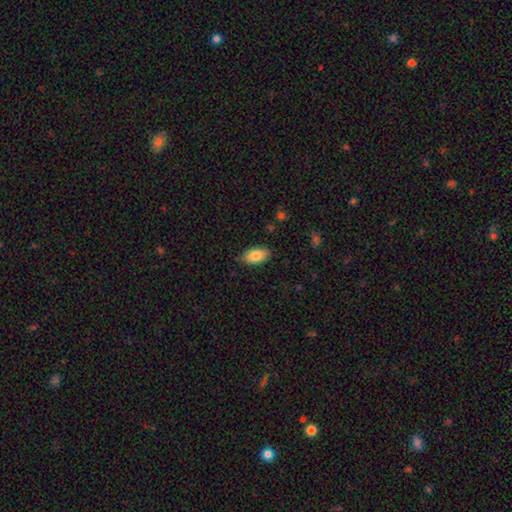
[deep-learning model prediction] Smooth or featured?
  - smooth: 82% *
  - featured or disk: 11%
  - star or artifact: 7%
How rounded?
  - in between: 93% *
  - round: 4%
  - cigar-shaped: 2%
Merging?
  - none: 85% *
  - minor disturbance: 12%
  - major disturbance: 2%
  - merger: 1%